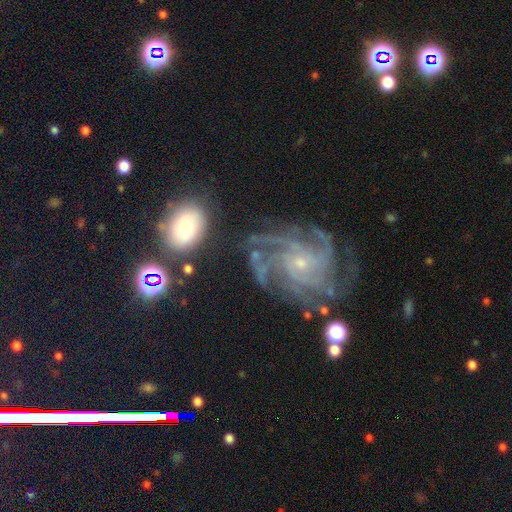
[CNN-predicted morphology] This appears to be a featured or disk galaxy (77%) with no bar (67%), 4 (28%) tight (64%) spiral arms (97%) and a small central bulge (76%). Merging: none (74%).